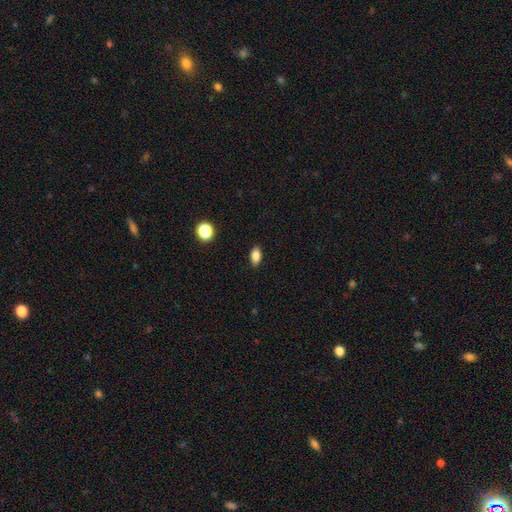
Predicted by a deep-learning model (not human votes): smooth 83%, star or artifact 10%, featured or disk 7%. Down the decision tree: how rounded — in between (86%); merging — none (89%).